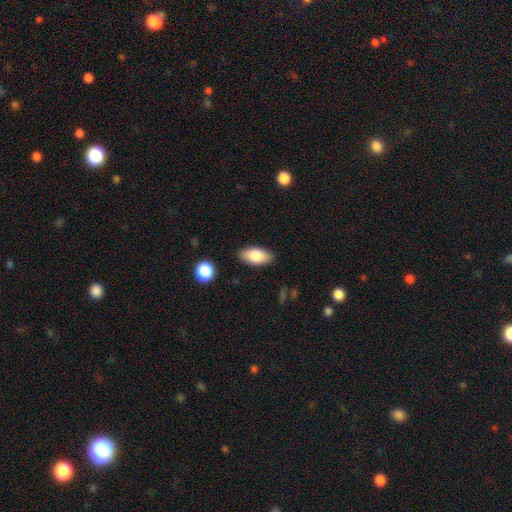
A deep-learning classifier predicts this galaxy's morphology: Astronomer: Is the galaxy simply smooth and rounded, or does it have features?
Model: smooth — 83%.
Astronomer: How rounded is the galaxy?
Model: in between — 93%.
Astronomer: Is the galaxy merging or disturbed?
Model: none — 85%.